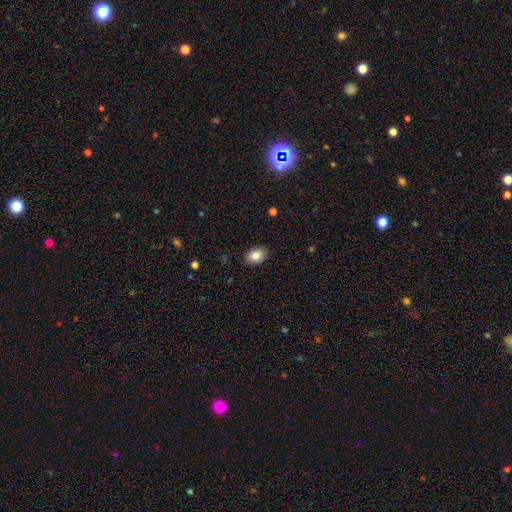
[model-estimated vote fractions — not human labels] Smooth or featured? smooth (85%)
How rounded? in between (77%)
Merging? none (89%)